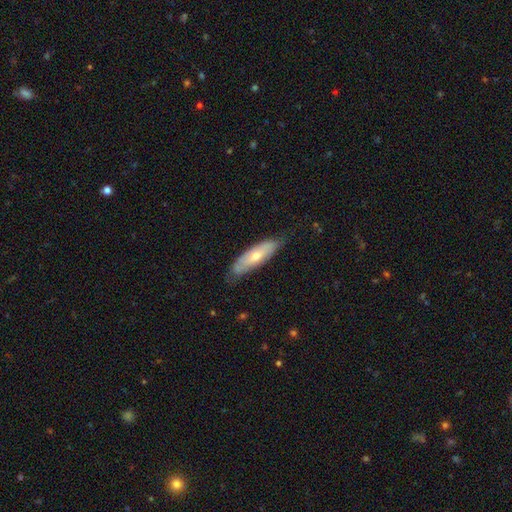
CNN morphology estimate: Smooth or featured? Predicted: smooth (p=0.51). How rounded? Predicted: cigar-shaped (p=0.51). Merging? Predicted: none (p=0.70).